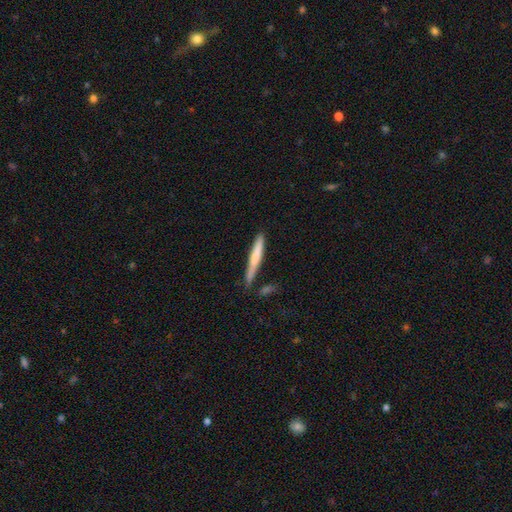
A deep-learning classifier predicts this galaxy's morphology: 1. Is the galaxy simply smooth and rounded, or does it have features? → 67% smooth, 28% featured or disk, 5% star or artifact.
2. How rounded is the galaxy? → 95% cigar-shaped, 4% in between, 1% round.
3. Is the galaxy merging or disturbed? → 72% none, 18% minor disturbance, 6% merger, 4% major disturbance.